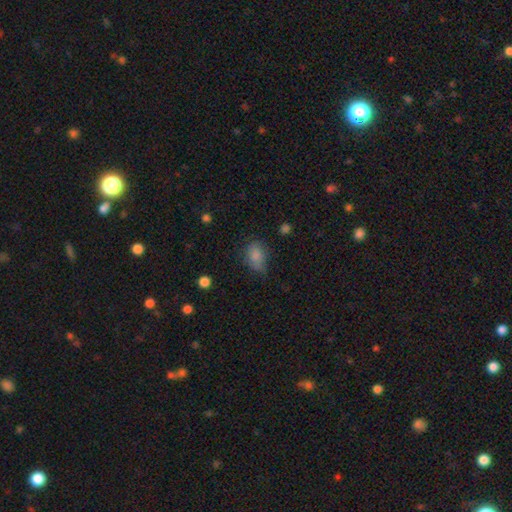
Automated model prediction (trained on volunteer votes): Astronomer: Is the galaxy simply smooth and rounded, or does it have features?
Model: smooth — 82%.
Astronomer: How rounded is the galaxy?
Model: in between — 74%.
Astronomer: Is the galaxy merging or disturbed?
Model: none — 54% (runner-up: minor disturbance, 33%).